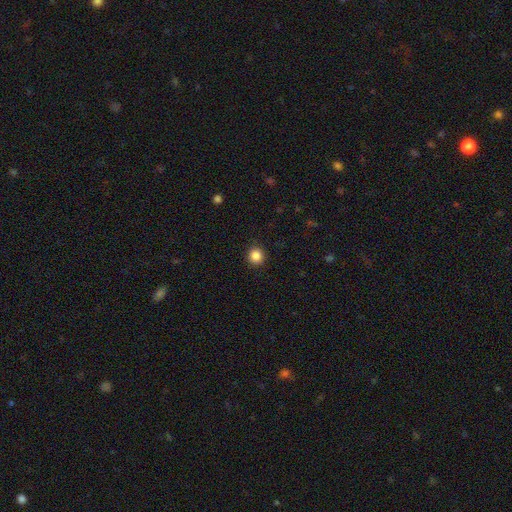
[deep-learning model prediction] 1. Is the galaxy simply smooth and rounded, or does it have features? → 86% smooth, 11% star or artifact, 4% featured or disk.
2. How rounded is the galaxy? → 92% round, 7% in between, 1% cigar-shaped.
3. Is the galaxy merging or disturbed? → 91% none, 6% minor disturbance, 2% major disturbance, 1% merger.